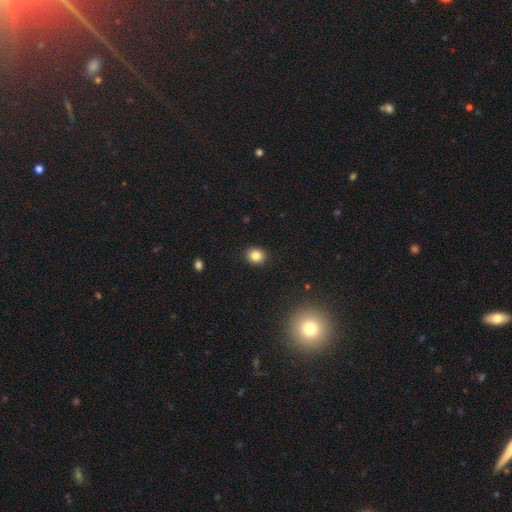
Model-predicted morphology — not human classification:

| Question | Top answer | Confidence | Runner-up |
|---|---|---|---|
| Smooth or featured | smooth | 84% | star or artifact (11%) |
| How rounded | round | 71% | in between (28%) |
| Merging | none | 91% | minor disturbance (6%) |